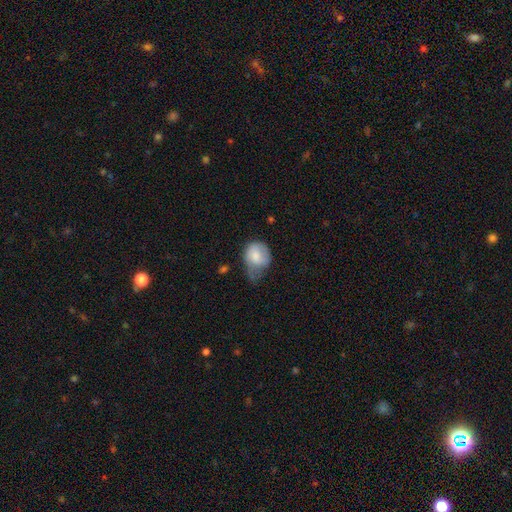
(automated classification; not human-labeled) smooth-or-featured: smooth: 75% | featured or disk: 18% | star or artifact: 7%
  how-rounded: round: 50% | in between: 49% | cigar-shaped: 1%
  merging: minor disturbance: 42% | major disturbance: 35% | none: 20% | merger: 3%